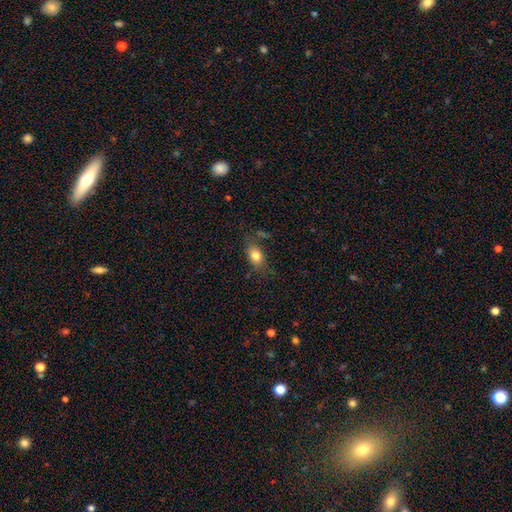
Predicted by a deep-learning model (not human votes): smooth 80%, featured or disk 11%, star or artifact 9%. Down the decision tree: how rounded — in between (77%); merging — none (68%).